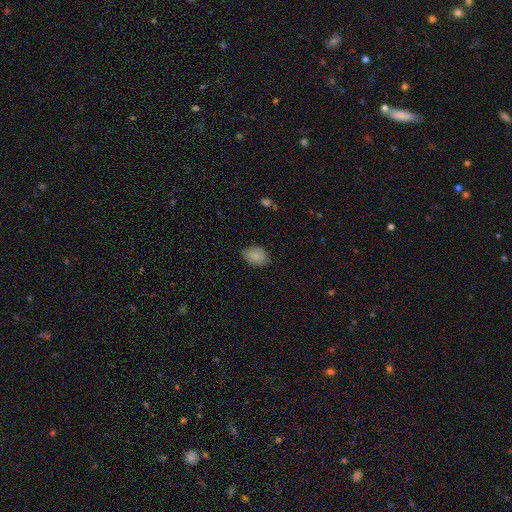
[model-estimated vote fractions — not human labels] Smooth or featured? smooth (87%)
How rounded? in between (78%)
Merging? none (78%)